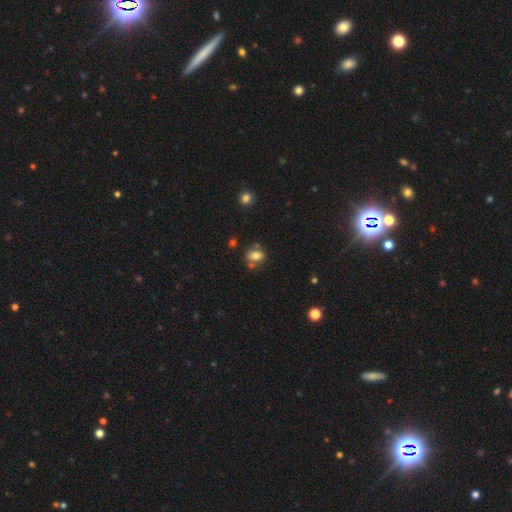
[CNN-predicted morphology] This appears to be a smooth galaxy with no disk features (72%) that is in between round and cigar-shaped (58%). Merging: none (61%).